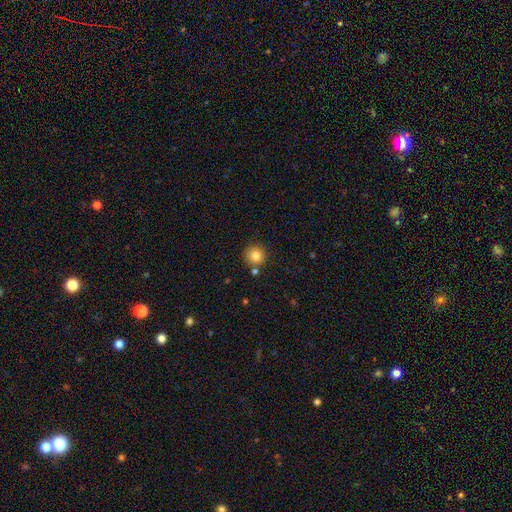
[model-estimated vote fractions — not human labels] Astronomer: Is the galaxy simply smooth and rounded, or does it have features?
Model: smooth — 83%.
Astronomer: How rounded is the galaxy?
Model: round — 93%.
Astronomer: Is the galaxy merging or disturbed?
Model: none — 81%.